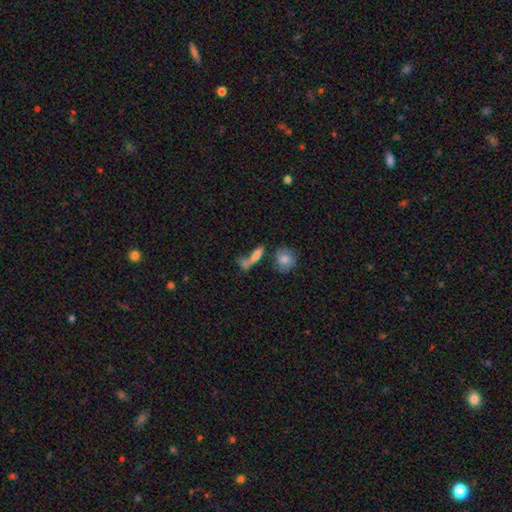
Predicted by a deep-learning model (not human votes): smooth-or-featured: smooth: 67% | featured or disk: 21% | star or artifact: 12%
  how-rounded: in between: 47% | cigar-shaped: 45% | round: 8%
  merging: none: 40% | merger: 35% | minor disturbance: 14% | major disturbance: 11%